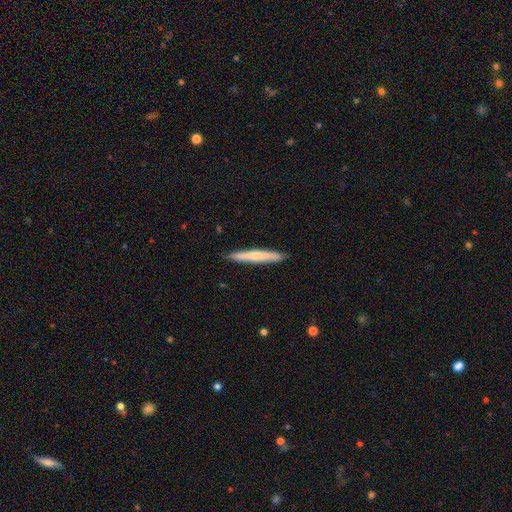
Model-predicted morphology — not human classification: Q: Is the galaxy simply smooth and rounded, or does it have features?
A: smooth — 57%.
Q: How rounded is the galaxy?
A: cigar-shaped — 96%.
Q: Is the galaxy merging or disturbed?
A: none — 90%.